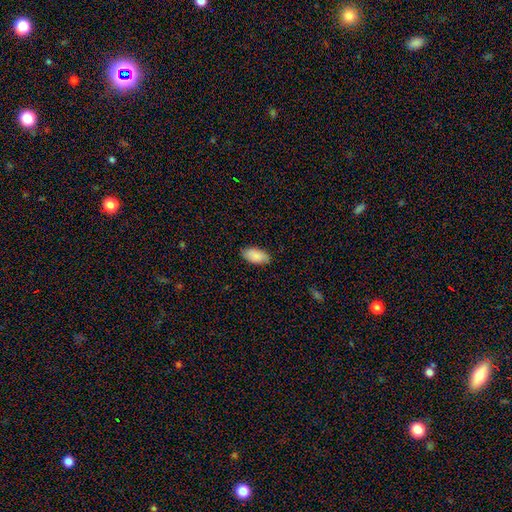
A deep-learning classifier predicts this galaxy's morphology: smooth 88%, star or artifact 6%, featured or disk 6%. Down the decision tree: how rounded — in between (94%); merging — none (85%).